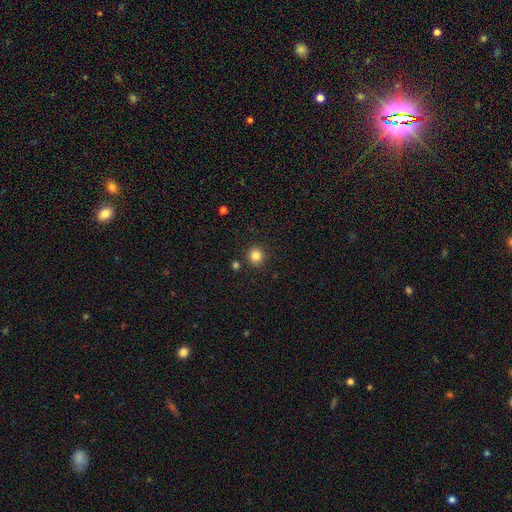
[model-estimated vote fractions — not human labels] This is clearly a smooth galaxy (83%). How rounded: clearly round (92%). Merging: clearly none (89%).